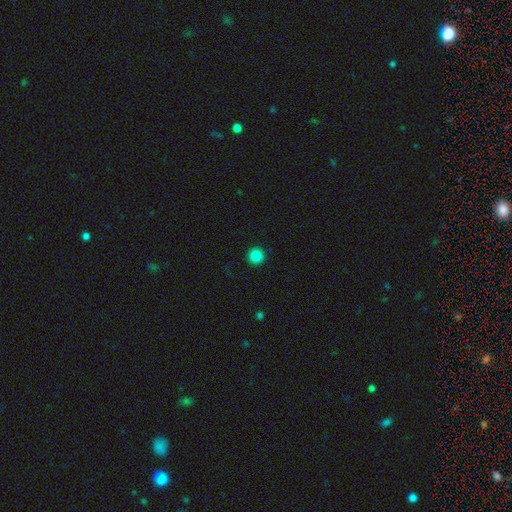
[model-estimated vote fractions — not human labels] Smooth or featured? Predicted: smooth (p=0.85). How rounded? Predicted: round (p=0.96). Merging? Predicted: none (p=0.93).